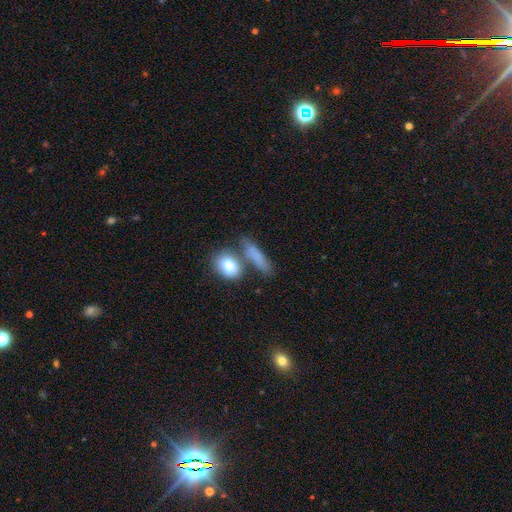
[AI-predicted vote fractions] Smooth or featured?
  - smooth: 79% *
  - featured or disk: 14%
  - star or artifact: 8%
How rounded?
  - cigar-shaped: 44% *
  - in between: 40%
  - round: 16%
Merging?
  - none: 55% *
  - merger: 22%
  - minor disturbance: 15%
  - major disturbance: 7%